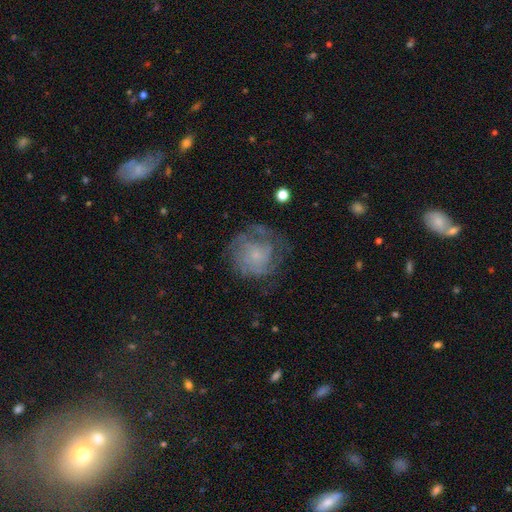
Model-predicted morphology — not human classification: A featured or disk galaxy (66%) with no bar (80%), tight (59%) spiral arms (82%) and a small central bulge (66%). Merging: none (62%).